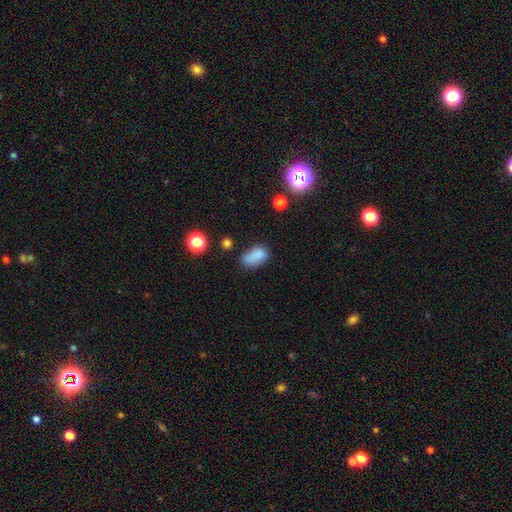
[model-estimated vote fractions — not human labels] smooth_or_featured: smooth (p=0.81) [alt: star or artifact p=0.12]
how_rounded: in between (p=0.88) [alt: round p=0.09]
merging: none (p=0.54) [alt: minor disturbance p=0.28]